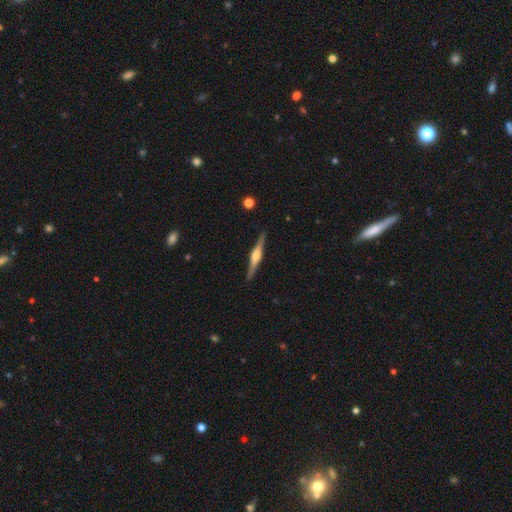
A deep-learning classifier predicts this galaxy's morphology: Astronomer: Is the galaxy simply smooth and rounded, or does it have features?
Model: featured or disk — 78%.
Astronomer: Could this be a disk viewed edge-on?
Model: yes — 98%.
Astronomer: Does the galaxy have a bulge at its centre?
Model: rounded — 85%.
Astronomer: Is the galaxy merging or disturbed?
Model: none — 90%.